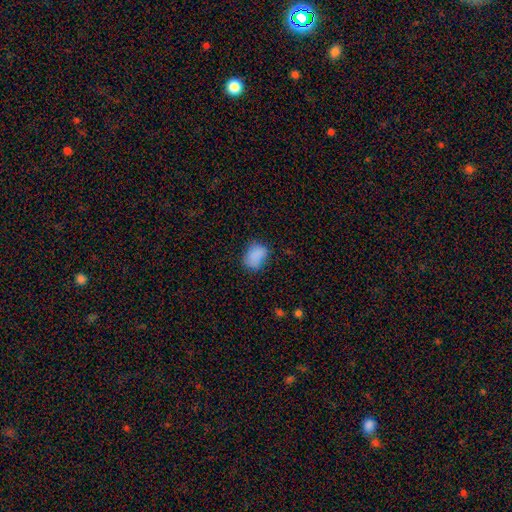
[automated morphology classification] Smooth or featured: smooth — 84% (star or artifact — 10%)
How rounded: in between — 72% (round — 27%)
Merging: none — 66% (minor disturbance — 25%)